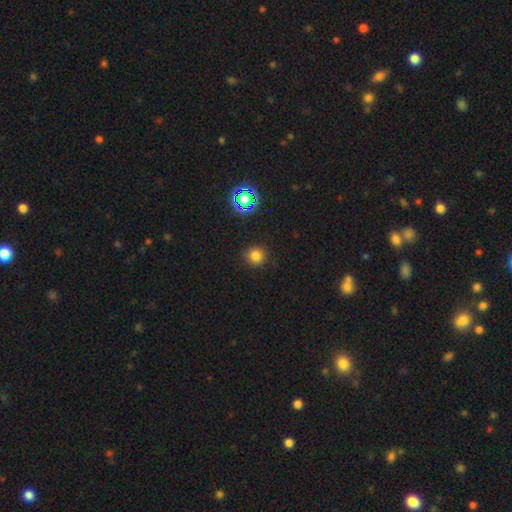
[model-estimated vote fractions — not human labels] Smooth or featured? Predicted: smooth (p=0.79). How rounded? Predicted: round (p=0.93). Merging? Predicted: none (p=0.89).